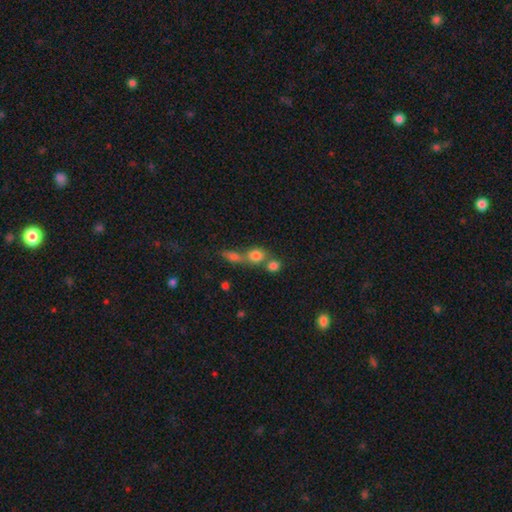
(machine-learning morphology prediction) type=smooth (77%); roundness=round (72%); merging=merger (51%).